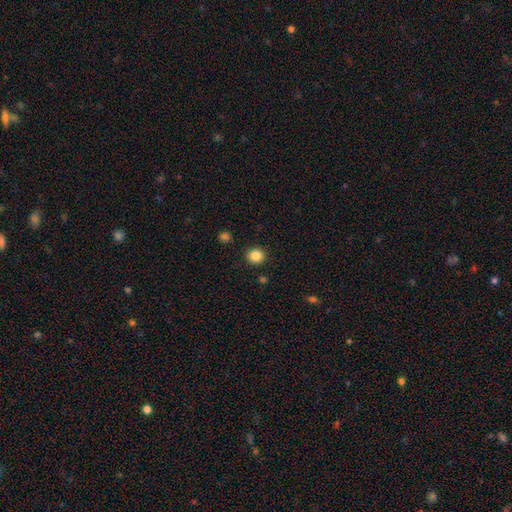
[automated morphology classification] Smooth or featured? smooth (85%)
How rounded? round (89%)
Merging? none (91%)